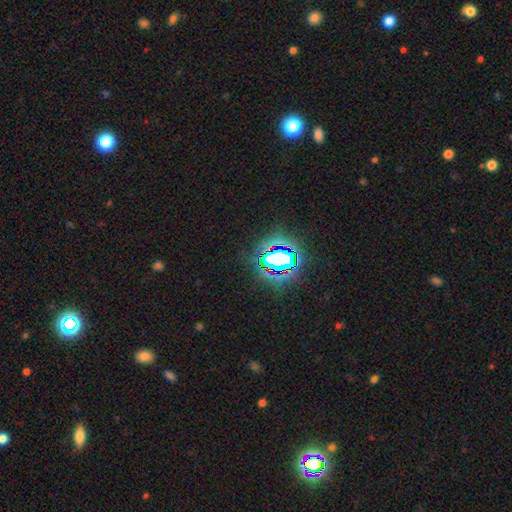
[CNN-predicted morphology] This appears to be a star or artifact, not a galaxy (78%).